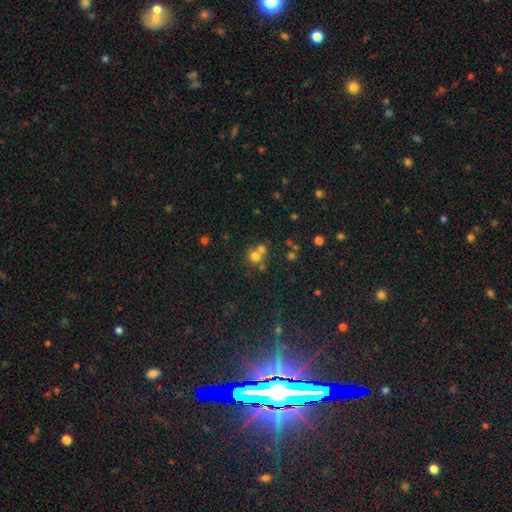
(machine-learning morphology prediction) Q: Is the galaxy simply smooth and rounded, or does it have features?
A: smooth — 68%.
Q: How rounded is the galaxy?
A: round — 86%.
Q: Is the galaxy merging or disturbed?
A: none — 46%.